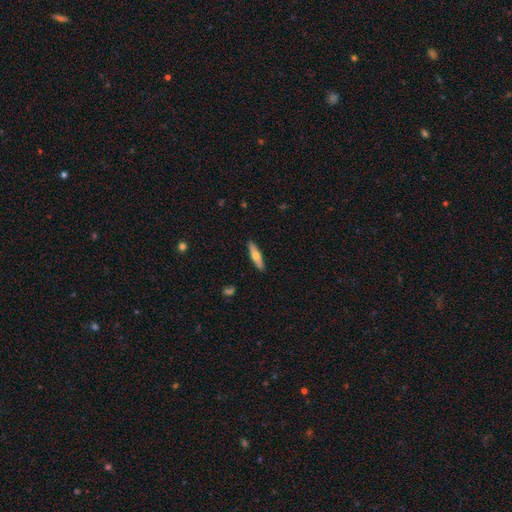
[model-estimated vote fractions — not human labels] smooth_or_featured: smooth (p=0.55) [alt: featured or disk p=0.39]
how_rounded: cigar-shaped (p=0.75) [alt: in between p=0.23]
merging: none (p=0.90) [alt: minor disturbance p=0.07]